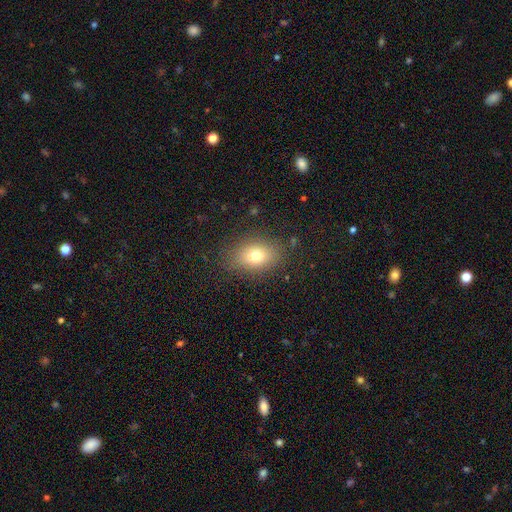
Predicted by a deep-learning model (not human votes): Overall: smooth (73%). How rounded: in between (76%). Merging: none (83%).